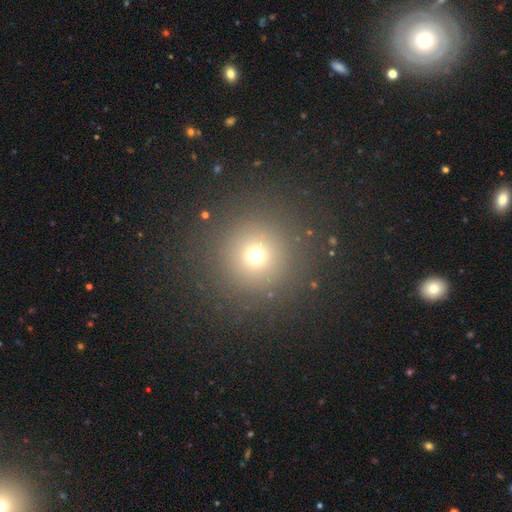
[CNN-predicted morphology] Smooth or featured? smooth (68%)
How rounded? round (95%)
Merging? none (88%)